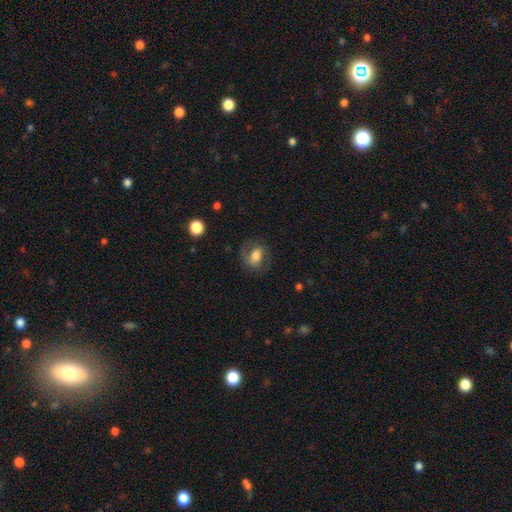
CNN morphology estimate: The model was most divided on "smooth or featured": featured or disk: 47%, smooth: 45%, star or artifact: 8%. More confident: merging — none (69%).